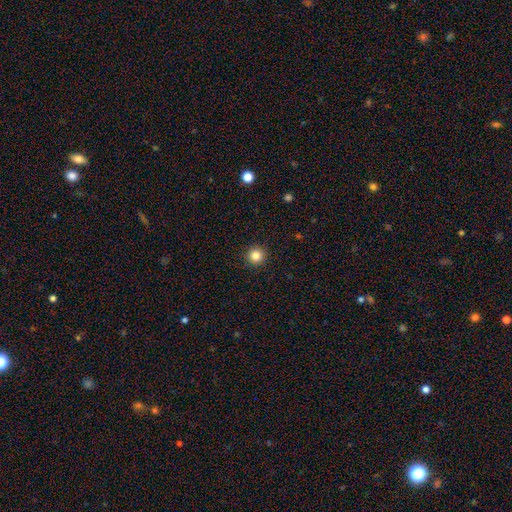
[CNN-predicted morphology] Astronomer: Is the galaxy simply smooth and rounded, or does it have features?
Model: smooth — 83%.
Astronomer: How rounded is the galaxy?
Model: round — 96%.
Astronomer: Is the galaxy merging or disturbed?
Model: none — 93%.